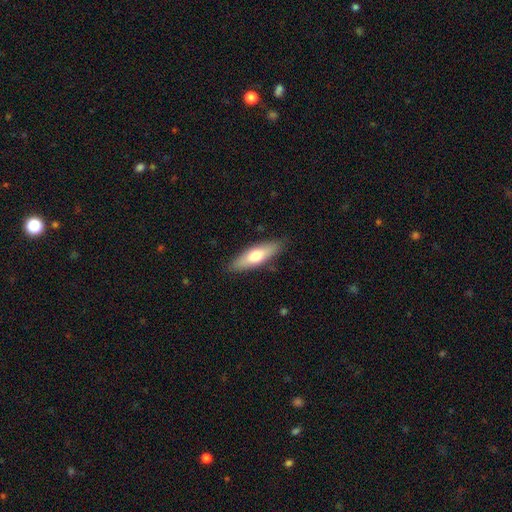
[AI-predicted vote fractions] A smooth galaxy with no disk features (62%) that is in between round and cigar-shaped (49%, tied with cigar-shaped). Merging: none (85%).